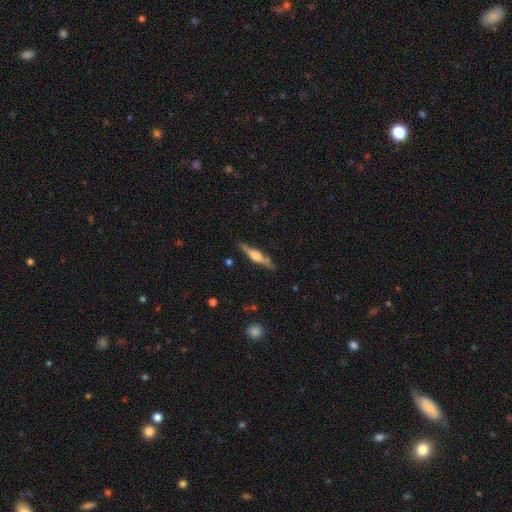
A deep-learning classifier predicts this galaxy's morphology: smooth_or_featured: featured or disk (p=0.67) [alt: smooth p=0.27]
disk_edge_on: yes (p=0.96) [alt: no p=0.04]
edge_on_bulge: rounded (p=0.74) [alt: boxy p=0.21]
merging: none (p=0.85) [alt: minor disturbance p=0.11]